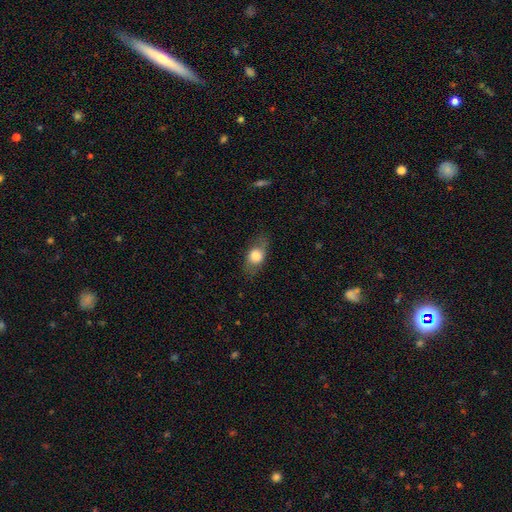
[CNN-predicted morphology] The model was most divided on "smooth or featured": smooth: 68%, featured or disk: 24%, star or artifact: 8%. More confident: merging — none (75%); how rounded — in between (71%).